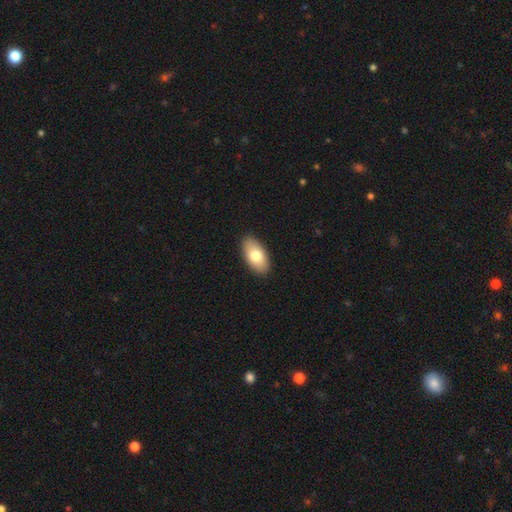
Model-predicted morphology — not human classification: Overall: smooth (76%). How rounded: in between (94%). Merging: none (89%).